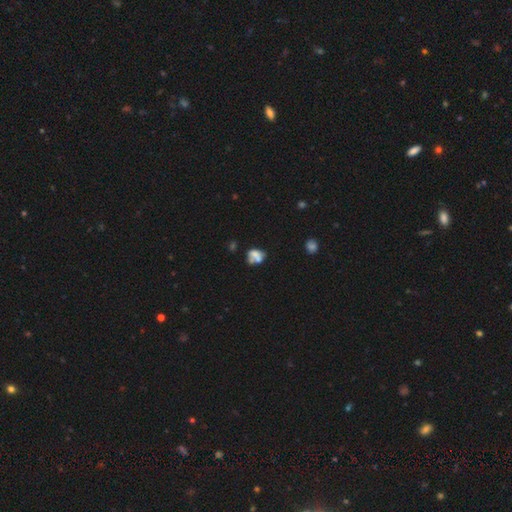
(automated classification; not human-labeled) Smooth or featured? smooth (55%)
How rounded? in between (60%)
Merging? merger (45%)